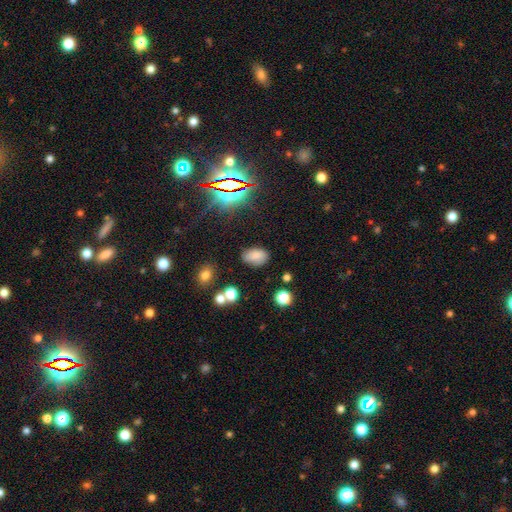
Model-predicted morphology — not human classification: Smooth or featured? Predicted: smooth (p=0.77). How rounded? Predicted: in between (p=0.88). Merging? Predicted: none (p=0.79).